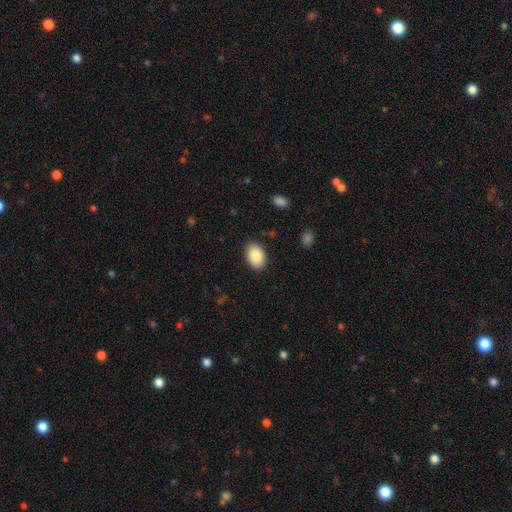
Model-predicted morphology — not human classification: This is clearly a smooth galaxy (88%). How rounded: clearly in between (87%). Merging: clearly none (88%).